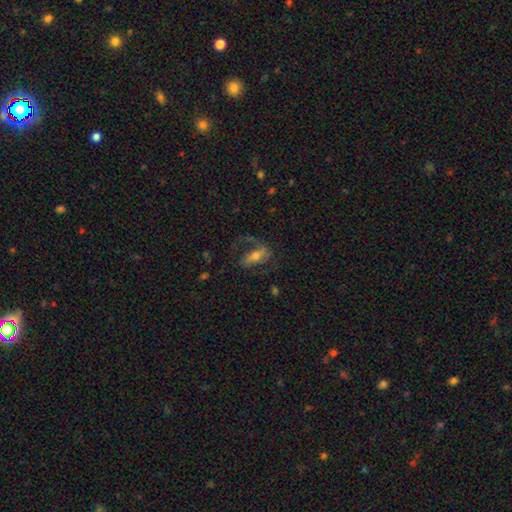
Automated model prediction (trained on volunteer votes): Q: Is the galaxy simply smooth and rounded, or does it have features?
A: featured or disk — 65%.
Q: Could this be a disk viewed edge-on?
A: no — 93%.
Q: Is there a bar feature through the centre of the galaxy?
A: strong — 38%.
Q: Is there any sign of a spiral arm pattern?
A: yes — 84%.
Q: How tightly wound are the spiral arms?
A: loose — 44%.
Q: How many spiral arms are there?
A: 2 — 69%.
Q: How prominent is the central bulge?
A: moderate — 56%.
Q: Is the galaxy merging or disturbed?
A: none — 55%.